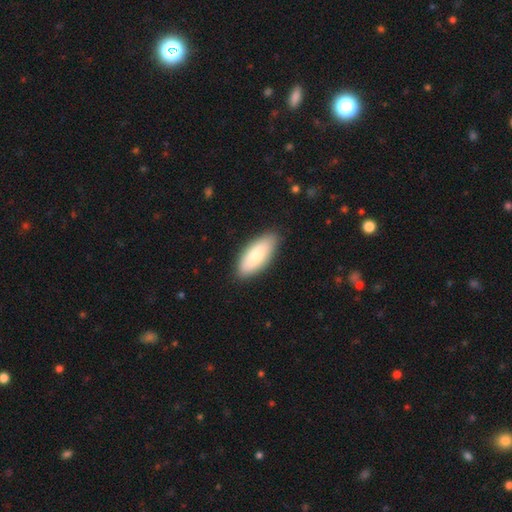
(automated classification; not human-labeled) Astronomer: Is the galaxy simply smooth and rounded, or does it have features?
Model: smooth — 78%.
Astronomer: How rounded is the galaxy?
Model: in between — 82%.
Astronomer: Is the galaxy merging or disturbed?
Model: none — 87%.